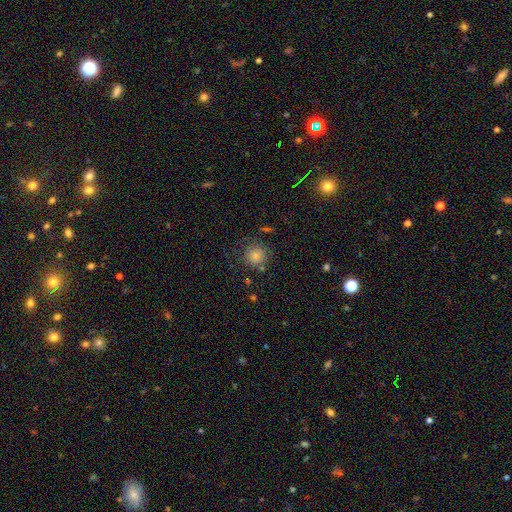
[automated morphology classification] The model was most divided on "merging": none: 71%, minor disturbance: 16%, major disturbance: 8%, merger: 4%. More confident: how rounded — round (92%); smooth or featured — smooth (78%).